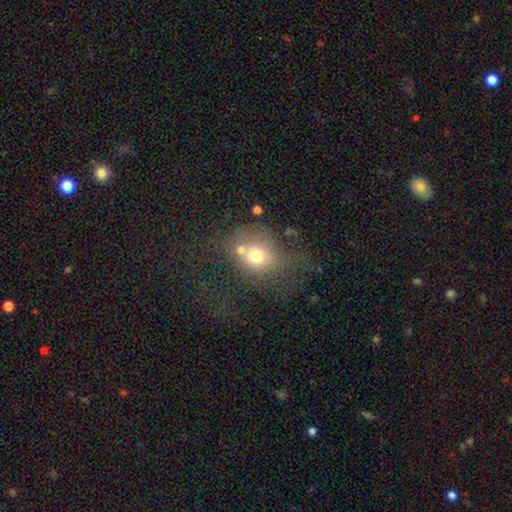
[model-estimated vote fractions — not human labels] Smooth or featured?
  - smooth: 65% *
  - featured or disk: 20%
  - star or artifact: 15%
How rounded?
  - round: 65% *
  - in between: 34%
  - cigar-shaped: 1%
Merging?
  - none: 40% *
  - merger: 24%
  - major disturbance: 19%
  - minor disturbance: 17%